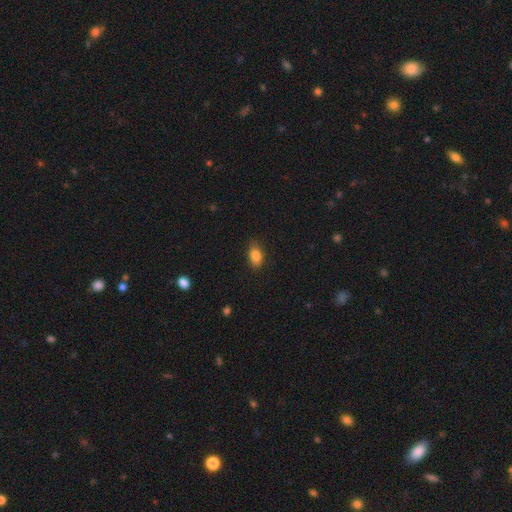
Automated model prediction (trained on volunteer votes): Morphology: type=smooth (85%); roundness=in between (84%); merging=none (81%).